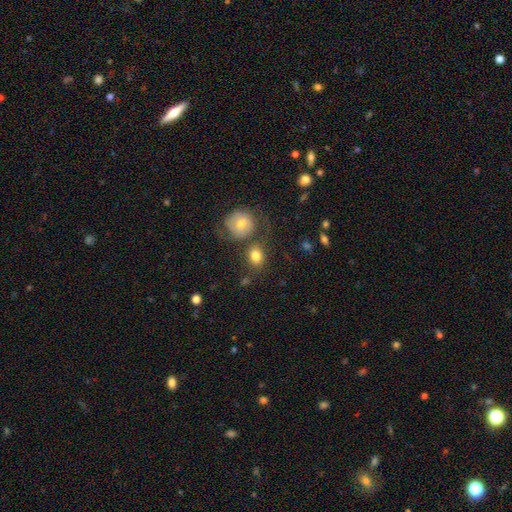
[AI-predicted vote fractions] Smooth or featured: smooth — 80% (featured or disk — 12%)
How rounded: round — 56% (in between — 42%)
Merging: none — 61% (merger — 18%)